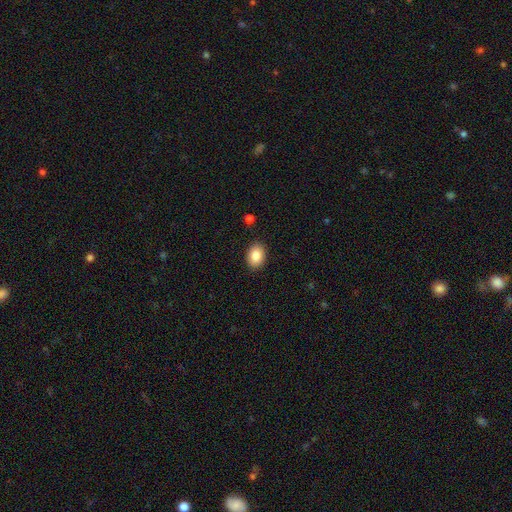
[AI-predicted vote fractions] Overall: smooth (87%). How rounded: in between (79%). Merging: none (88%).